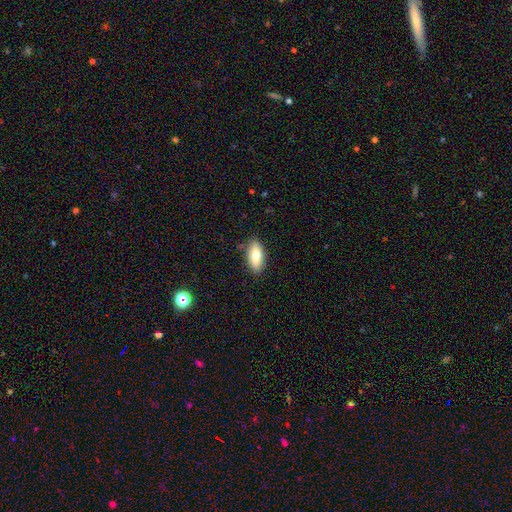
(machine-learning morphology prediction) Overall: smooth (83%). How rounded: in between (85%). Merging: none (85%).